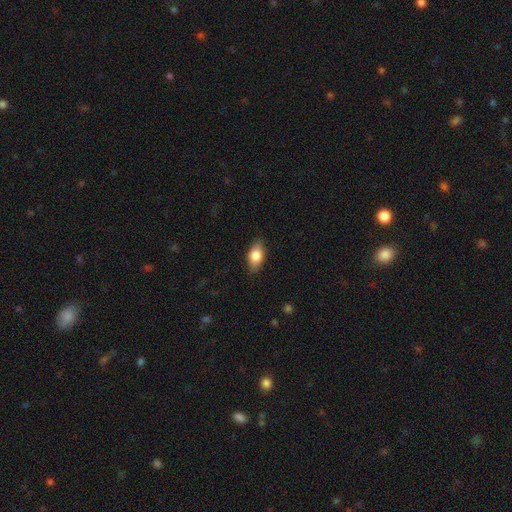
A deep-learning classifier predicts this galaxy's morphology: A smooth galaxy with no disk features (78%) that is in between round and cigar-shaped (89%). Merging: none (85%).